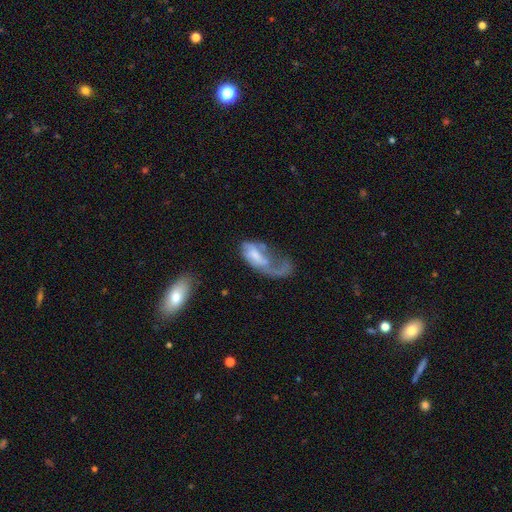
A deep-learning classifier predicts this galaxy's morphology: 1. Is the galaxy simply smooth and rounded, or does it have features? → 59% featured or disk, 33% smooth, 8% star or artifact.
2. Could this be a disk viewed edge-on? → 94% no, 6% yes.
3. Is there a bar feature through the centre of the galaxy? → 56% no, 35% weak, 10% strong.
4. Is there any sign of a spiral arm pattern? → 66% yes, 34% no.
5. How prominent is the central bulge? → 32% small, 30% moderate, 27% none, 9% large, 2% dominant.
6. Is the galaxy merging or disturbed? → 60% major disturbance, 17% none, 14% minor disturbance, 9% merger.